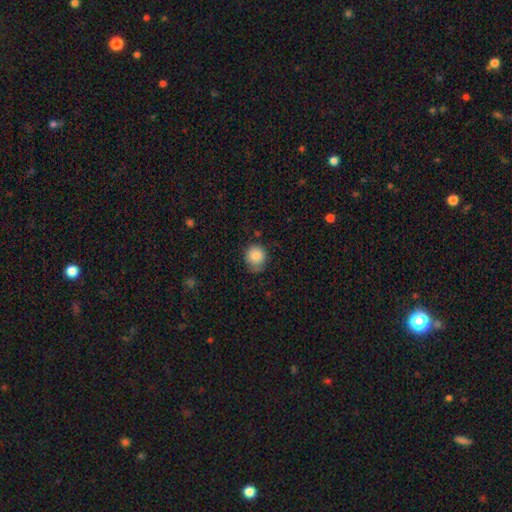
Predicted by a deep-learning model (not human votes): smooth_or_featured: smooth (p=0.86) [alt: star or artifact p=0.09]
how_rounded: round (p=0.89) [alt: in between p=0.10]
merging: none (p=0.72) [alt: minor disturbance p=0.22]